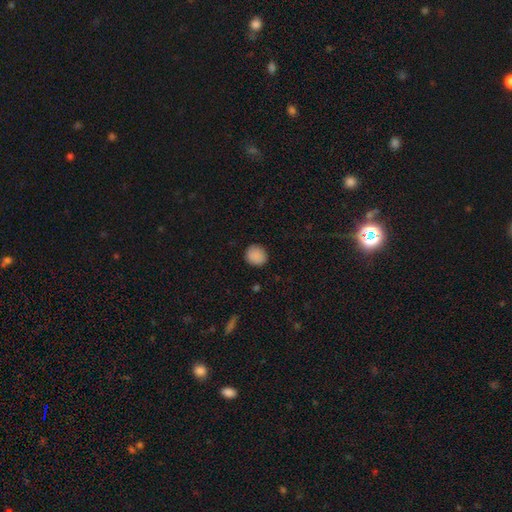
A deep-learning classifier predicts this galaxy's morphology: Q: Smooth or featured?
A: smooth (88%); runner-up: star or artifact (8%)
Q: How rounded?
A: round (85%); runner-up: in between (14%)
Q: Merging?
A: none (87%); runner-up: minor disturbance (10%)